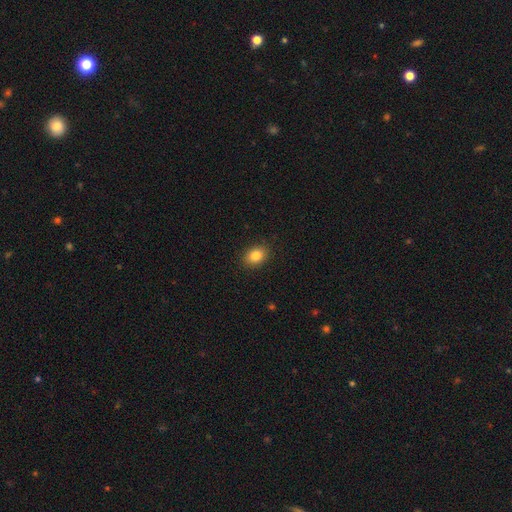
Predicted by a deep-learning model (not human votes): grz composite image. It shows a smooth galaxy with no disk features (84%) that is in between round and cigar-shaped (66%). Merging: none (89%).